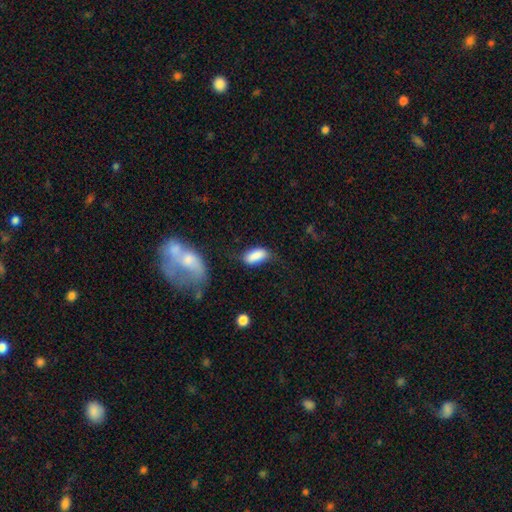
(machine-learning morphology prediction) type=smooth (86%); roundness=in between (88%); merging=none (58%).